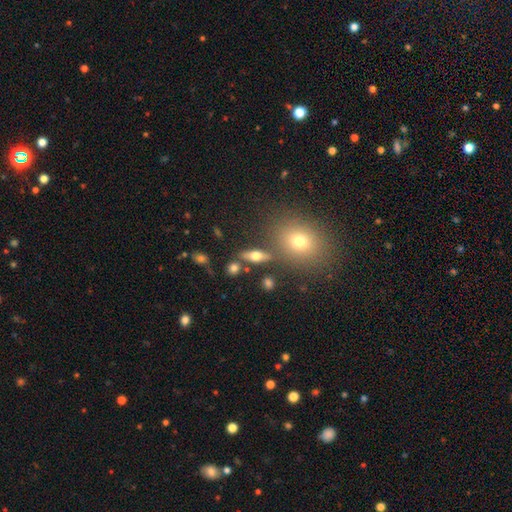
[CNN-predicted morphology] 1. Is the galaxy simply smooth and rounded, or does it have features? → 50% smooth, 39% featured or disk, 11% star or artifact.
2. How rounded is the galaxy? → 58% in between, 28% cigar-shaped, 14% round.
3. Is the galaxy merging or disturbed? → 76% none, 11% minor disturbance, 9% merger, 4% major disturbance.